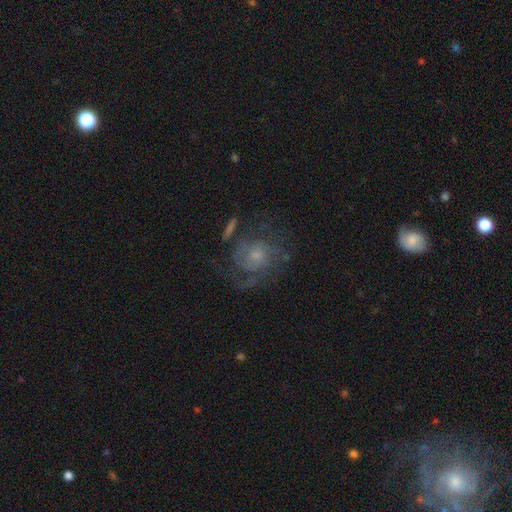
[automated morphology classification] This appears to be a featured or disk galaxy (69%) with no bar (75%), medium (42%) spiral arms (84%) and a small central bulge (48%). Merging: none (54%).